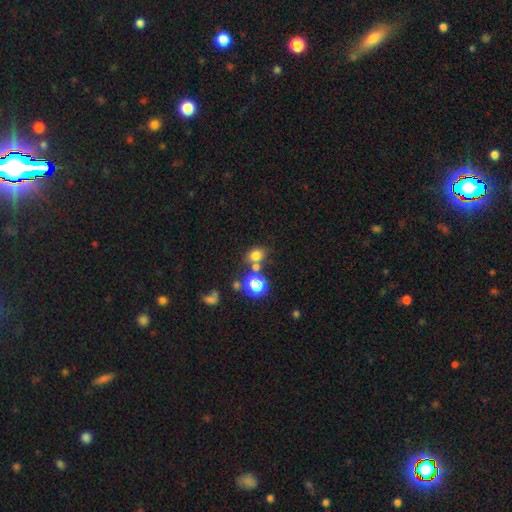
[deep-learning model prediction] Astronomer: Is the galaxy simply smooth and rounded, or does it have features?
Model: smooth — 72%.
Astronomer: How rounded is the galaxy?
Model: round — 56% (runner-up: in between, 43%).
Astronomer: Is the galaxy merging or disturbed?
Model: none — 61%.